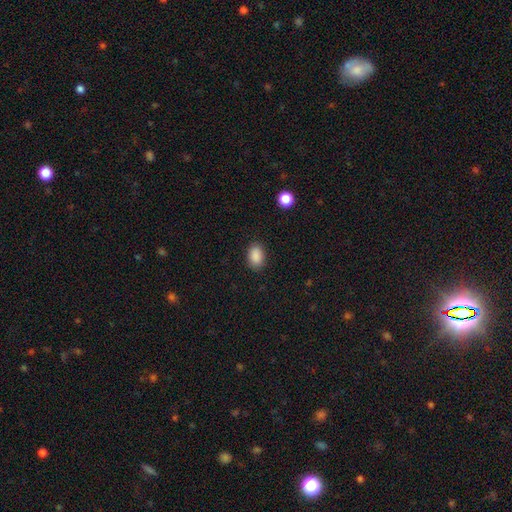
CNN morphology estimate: A smooth galaxy with no disk features (89%) that is in between round and cigar-shaped (84%). Merging: none (87%).